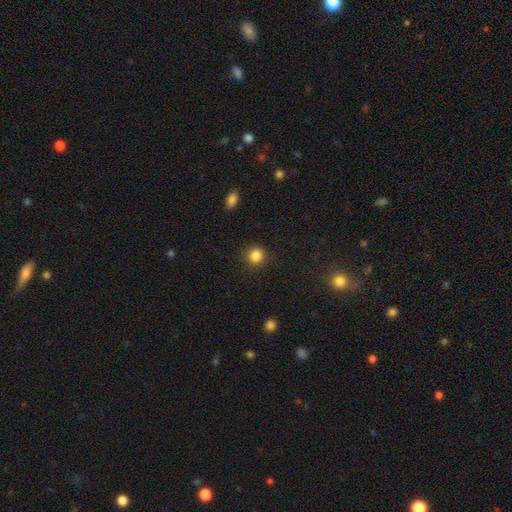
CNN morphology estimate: Smooth or featured?
  - smooth: 85% *
  - star or artifact: 11%
  - featured or disk: 4%
How rounded?
  - round: 90% *
  - in between: 9%
  - cigar-shaped: 1%
Merging?
  - none: 90% *
  - minor disturbance: 7%
  - major disturbance: 2%
  - merger: 1%